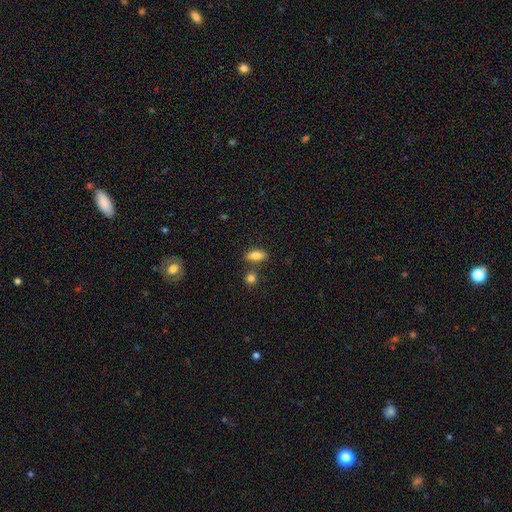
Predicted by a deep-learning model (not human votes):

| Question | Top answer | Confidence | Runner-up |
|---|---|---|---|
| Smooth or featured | smooth | 81% | featured or disk (11%) |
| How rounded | in between | 79% | cigar-shaped (16%) |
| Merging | none | 74% | minor disturbance (13%) |